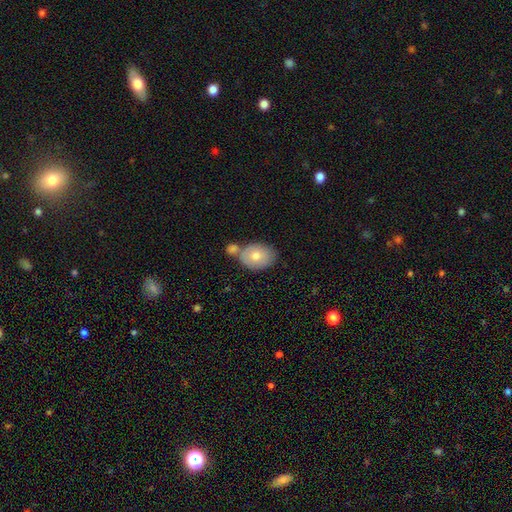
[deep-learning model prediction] smooth 72%, featured or disk 20%, star or artifact 8%. Down the decision tree: how rounded — in between (74%); merging — none (55%).